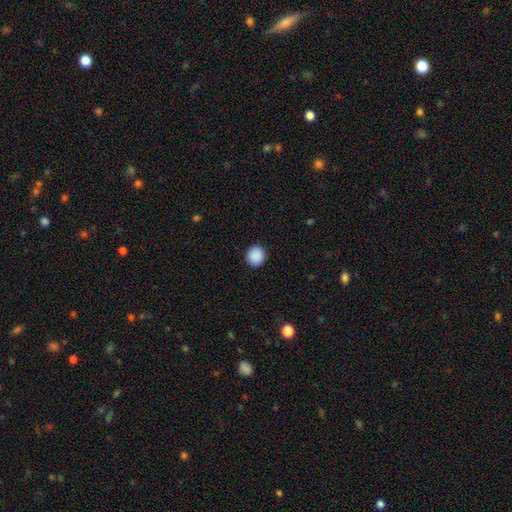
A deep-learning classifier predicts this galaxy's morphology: smooth_or_featured: smooth (p=0.90) [alt: star or artifact p=0.08]
how_rounded: round (p=0.84) [alt: in between p=0.16]
merging: none (p=0.91) [alt: minor disturbance p=0.06]